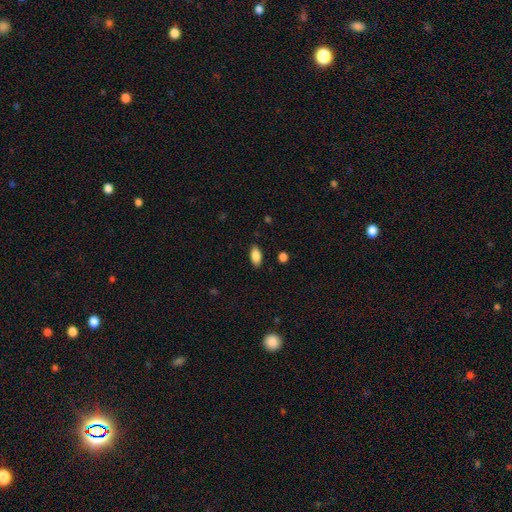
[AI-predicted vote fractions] smooth 86%, star or artifact 8%, featured or disk 6%. Down the decision tree: how rounded — in between (90%); merging — none (86%).